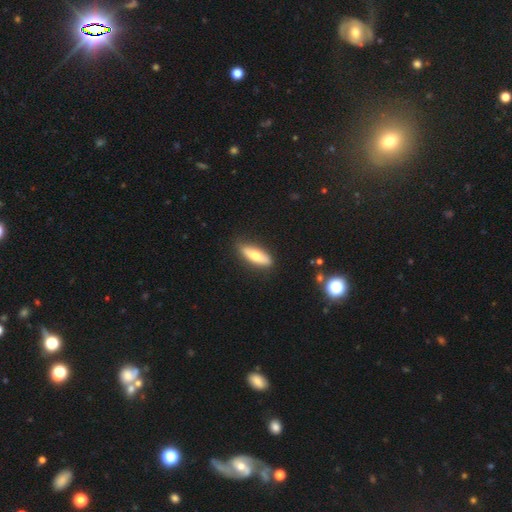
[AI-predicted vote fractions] Smooth or featured? Predicted: smooth (p=0.62). How rounded? Predicted: in between (p=0.51). Merging? Predicted: none (p=0.85).